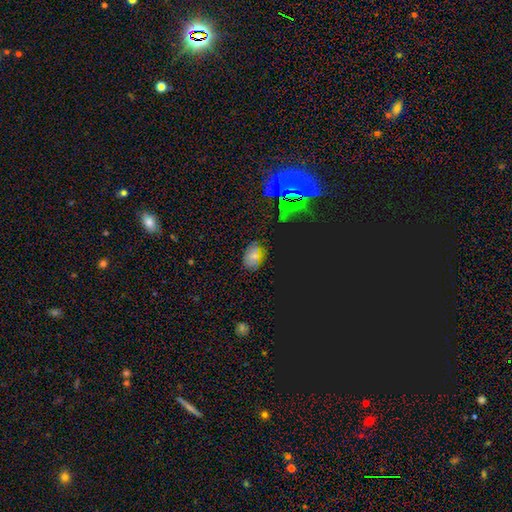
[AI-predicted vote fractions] smooth 49%, star or artifact 39%, featured or disk 12%. Down the decision tree: merging — none (81%).